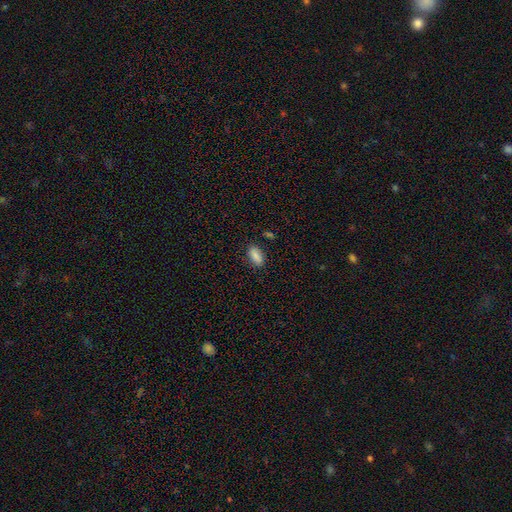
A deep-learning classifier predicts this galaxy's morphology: This appears to be a smooth galaxy with no disk features (87%) that is in between round and cigar-shaped (88%). Merging: none (85%).